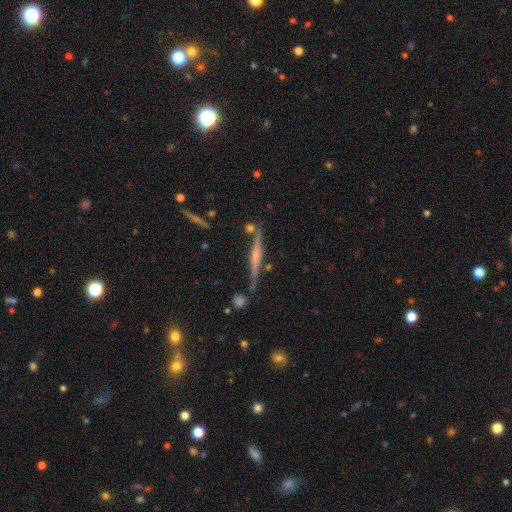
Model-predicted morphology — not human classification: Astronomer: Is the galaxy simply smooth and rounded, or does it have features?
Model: featured or disk — 78%.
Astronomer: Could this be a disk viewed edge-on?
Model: yes — 98%.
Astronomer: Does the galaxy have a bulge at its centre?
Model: rounded — 66%.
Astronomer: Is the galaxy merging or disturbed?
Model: none — 84%.